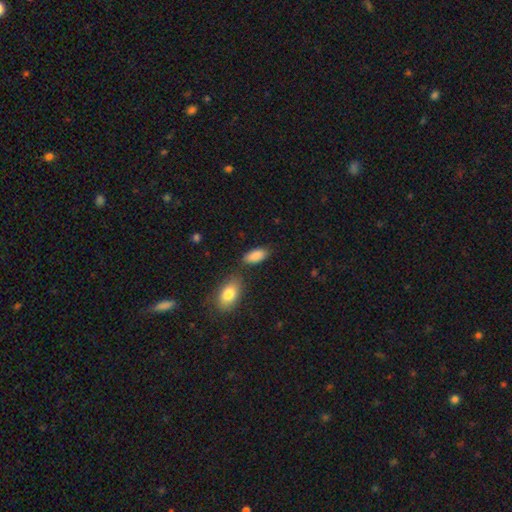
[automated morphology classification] Smooth or featured?
  - smooth: 88% *
  - star or artifact: 7%
  - featured or disk: 5%
How rounded?
  - in between: 91% *
  - cigar-shaped: 6%
  - round: 3%
Merging?
  - none: 71% *
  - minor disturbance: 15%
  - merger: 10%
  - major disturbance: 4%